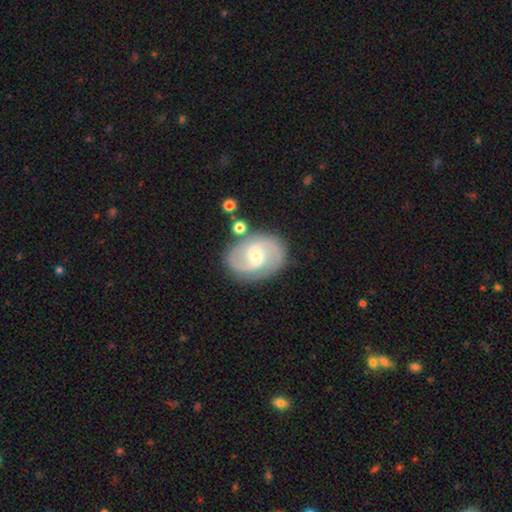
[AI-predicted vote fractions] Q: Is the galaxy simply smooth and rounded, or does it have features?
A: featured or disk — 85%.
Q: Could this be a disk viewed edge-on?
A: no — 98%.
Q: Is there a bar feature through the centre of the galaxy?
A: weak — 54%.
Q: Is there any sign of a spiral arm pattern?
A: yes — 97%.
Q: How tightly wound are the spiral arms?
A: medium — 57%.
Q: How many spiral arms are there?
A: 2 — 90%.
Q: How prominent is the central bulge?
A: moderate — 49%.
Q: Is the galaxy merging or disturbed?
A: none — 80%.